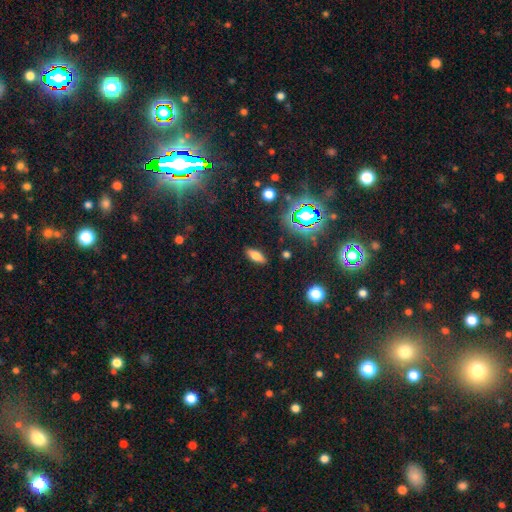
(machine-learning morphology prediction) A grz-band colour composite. It shows a smooth galaxy with no disk features (70%) that is in between round and cigar-shaped (73%). Merging: none (87%).